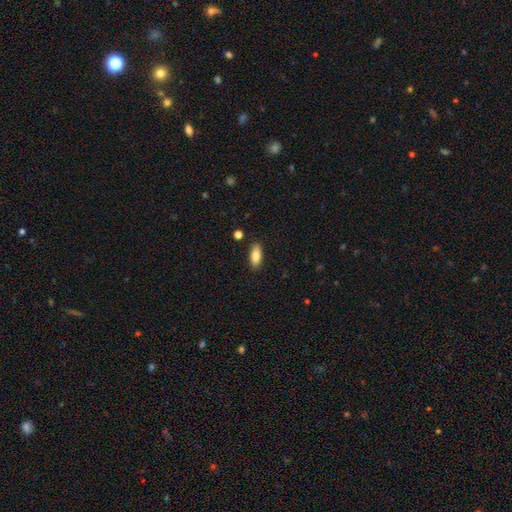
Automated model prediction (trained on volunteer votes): Morphology: type=smooth (84%); roundness=in between (82%); merging=none (87%).